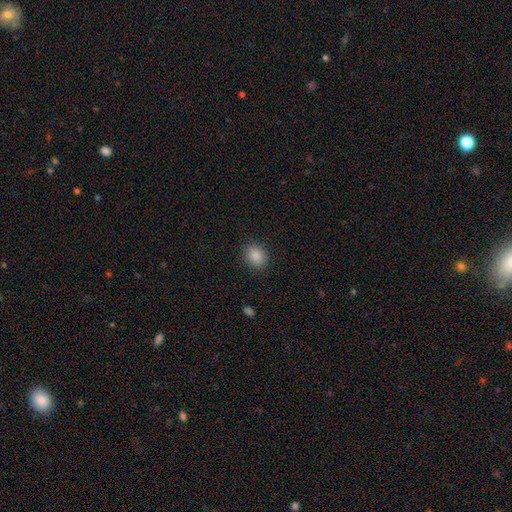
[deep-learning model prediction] A smooth galaxy with no disk features (87%) that is round (51%). Merging: none (89%).